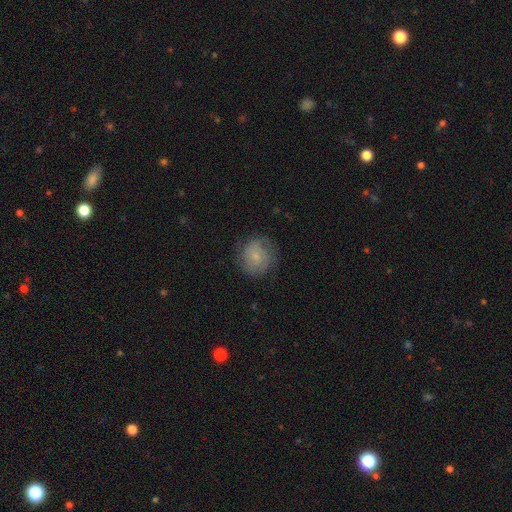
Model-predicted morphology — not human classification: featured or disk 46% (tied), smooth 46% (tied), star or artifact 8%. Down the decision tree: merging — none (75%).